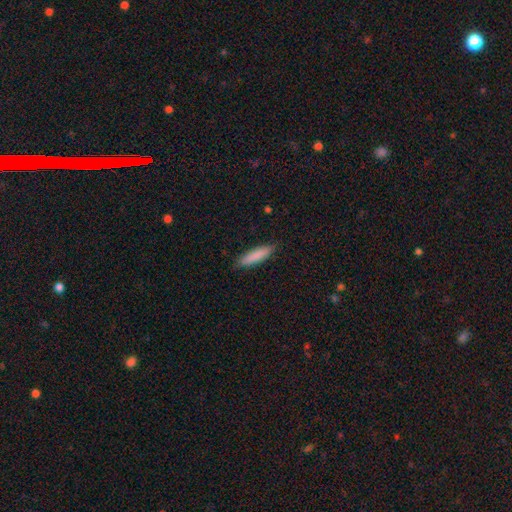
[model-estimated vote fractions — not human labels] Smooth or featured? Predicted: smooth (p=0.86). How rounded? Predicted: cigar-shaped (p=0.75). Merging? Predicted: none (p=0.86).